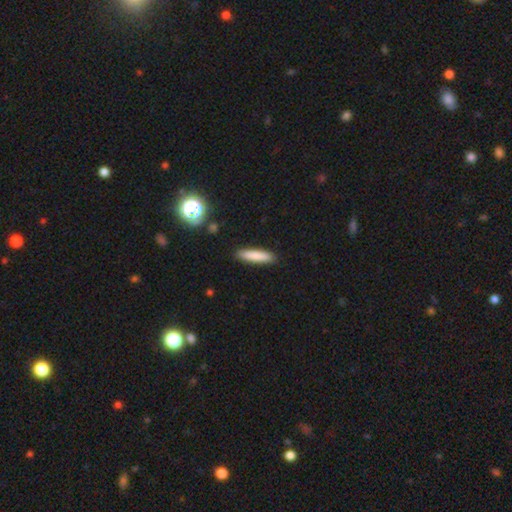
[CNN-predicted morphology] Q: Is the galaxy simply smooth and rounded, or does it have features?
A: smooth — 82%.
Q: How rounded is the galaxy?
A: cigar-shaped — 83%.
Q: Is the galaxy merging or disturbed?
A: none — 90%.